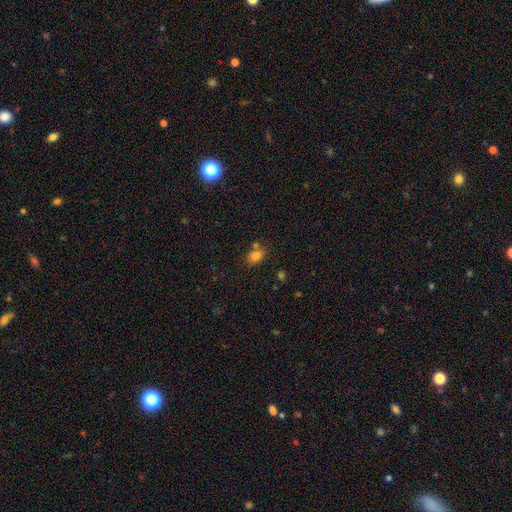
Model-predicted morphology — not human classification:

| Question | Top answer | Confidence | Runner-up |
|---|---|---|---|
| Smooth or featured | smooth | 80% | star or artifact (12%) |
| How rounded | in between | 72% | round (27%) |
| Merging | none | 65% | merger (18%) |